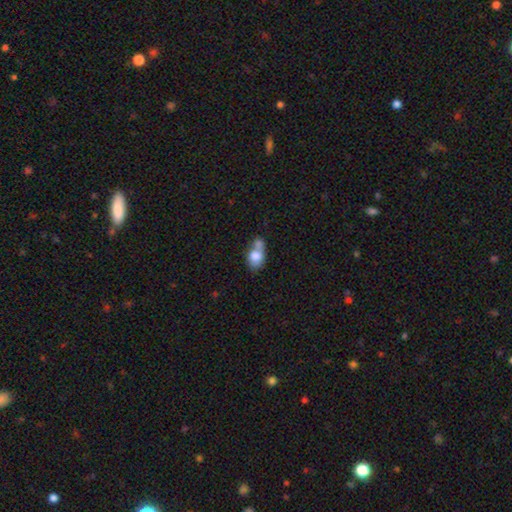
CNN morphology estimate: smooth_or_featured: smooth (p=0.76) [alt: featured or disk p=0.15]
how_rounded: in between (p=0.67) [alt: round p=0.31]
merging: merger (p=0.58) [alt: none p=0.24]